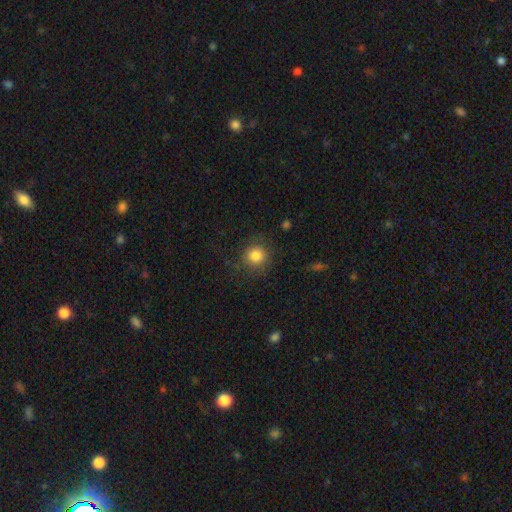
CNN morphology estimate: smooth 83%, star or artifact 11%, featured or disk 7%. Down the decision tree: how rounded — round (92%); merging — none (83%).